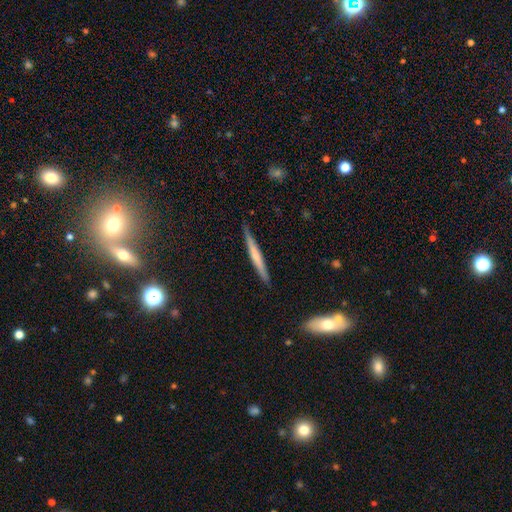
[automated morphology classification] This appears to be a smooth galaxy with no disk features (49%). Merging: none (87%).